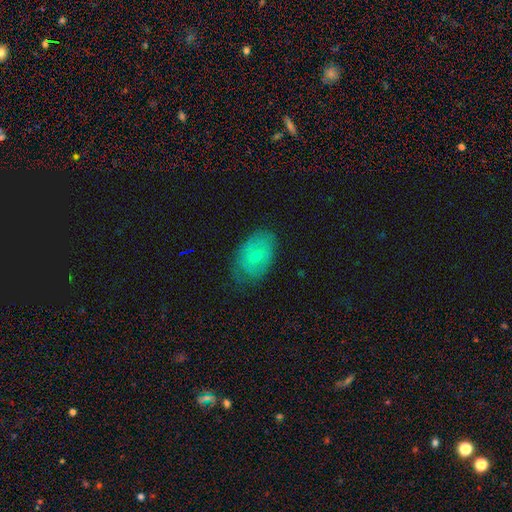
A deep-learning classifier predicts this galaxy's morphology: smooth-or-featured: smooth: 52% | featured or disk: 40% | star or artifact: 8%
  how-rounded: in between: 86% | round: 12% | cigar-shaped: 1%
  merging: none: 65% | minor disturbance: 26% | major disturbance: 7% | merger: 1%